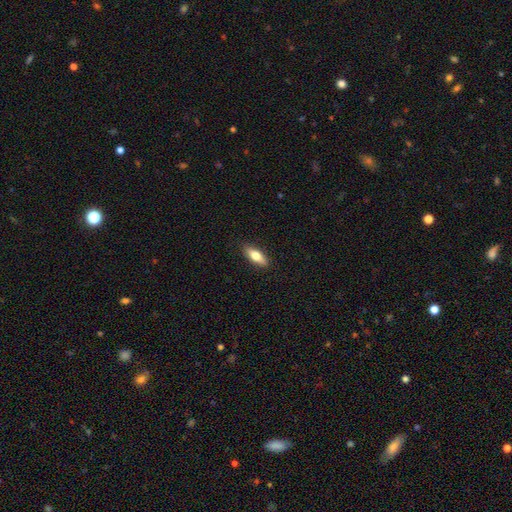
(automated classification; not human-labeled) This appears to be a smooth galaxy with no disk features (69%) that is in between round and cigar-shaped (65%). Merging: none (89%).